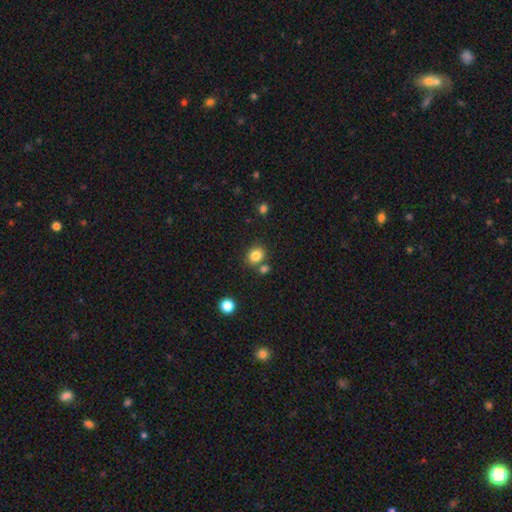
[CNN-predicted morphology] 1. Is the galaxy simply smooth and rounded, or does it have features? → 83% smooth, 11% star or artifact, 6% featured or disk.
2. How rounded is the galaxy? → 63% round, 36% in between, 1% cigar-shaped.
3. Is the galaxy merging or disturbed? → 70% none, 16% merger, 11% minor disturbance, 3% major disturbance.